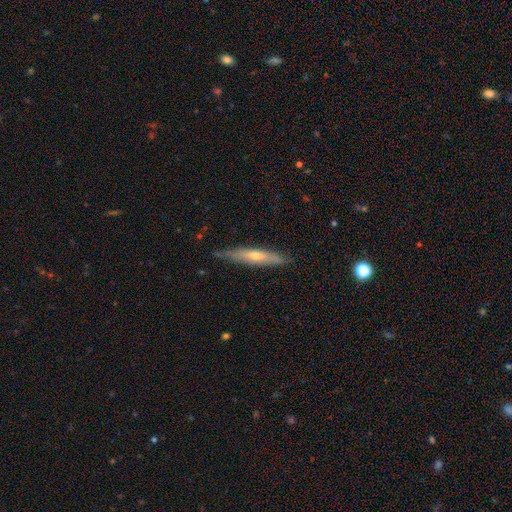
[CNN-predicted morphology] The model was most divided on "smooth or featured": featured or disk: 53%, smooth: 41%, star or artifact: 6%. More confident: edge-on disk — yes (85%); merging — none (81%).